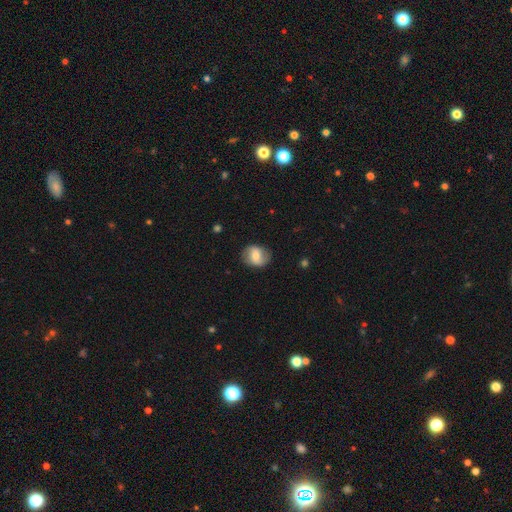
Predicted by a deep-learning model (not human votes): Overall: smooth (57%; featured or disk 35%). How rounded: round (58%; in between 41%). Merging: none (81%).